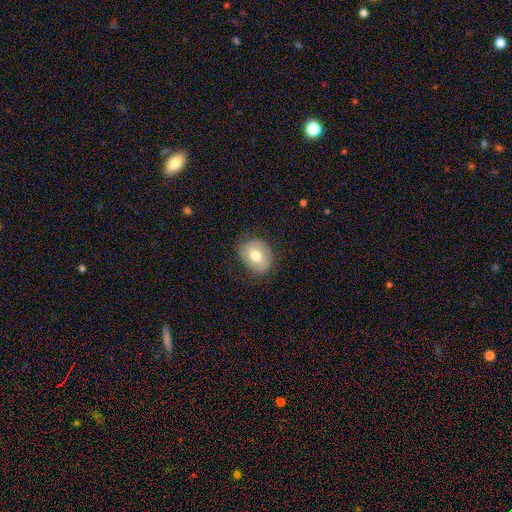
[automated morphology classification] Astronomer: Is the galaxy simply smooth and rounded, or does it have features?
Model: smooth — 67%.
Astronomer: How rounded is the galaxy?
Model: in between — 55% (runner-up: round, 44%).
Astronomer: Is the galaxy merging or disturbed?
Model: none — 77%.